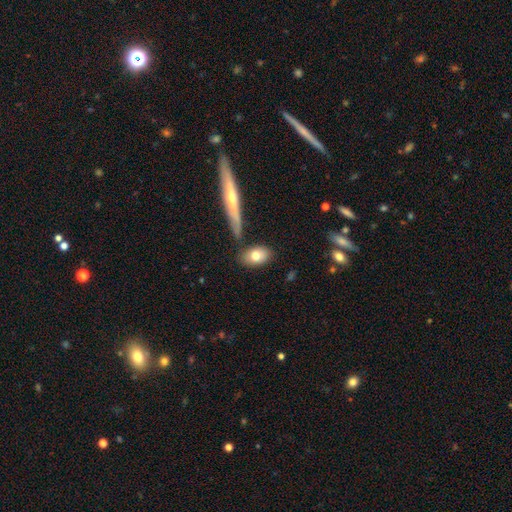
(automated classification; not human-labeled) Q: Smooth or featured?
A: smooth (76%); runner-up: featured or disk (17%)
Q: How rounded?
A: in between (86%); runner-up: round (10%)
Q: Merging?
A: none (76%); runner-up: minor disturbance (13%)